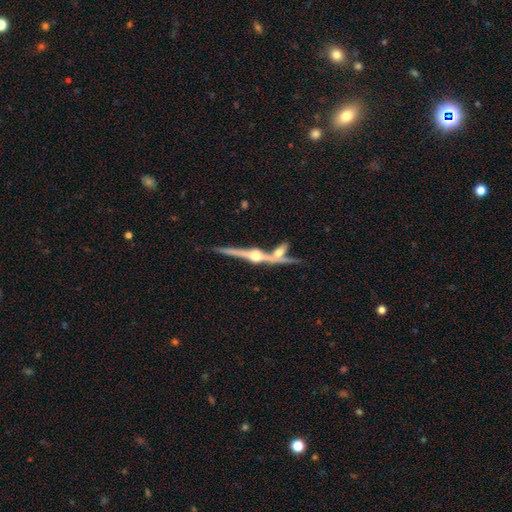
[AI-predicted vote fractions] Morphology: type=featured or disk (87%); edge-on=yes (97%); edge-on bulge=rounded (95%); merging=none (65%).